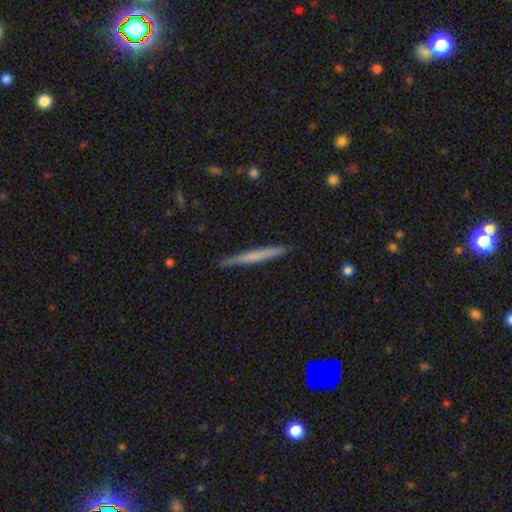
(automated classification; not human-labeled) The model was most divided on "smooth or featured": smooth: 61%, featured or disk: 33%, star or artifact: 6%. More confident: how rounded — cigar-shaped (97%); merging — none (89%).